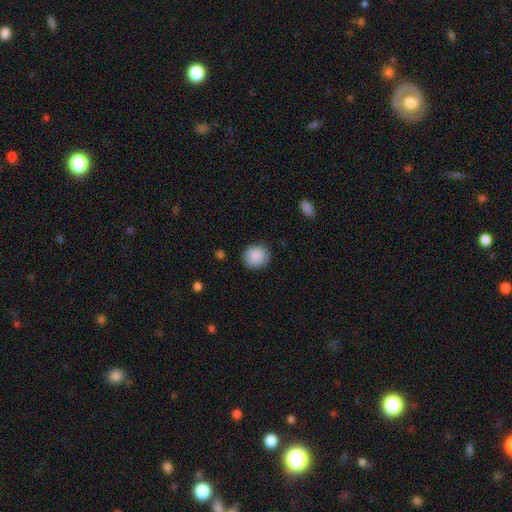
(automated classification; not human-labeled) smooth_or_featured: smooth (p=0.89) [alt: star or artifact p=0.07]
how_rounded: round (p=0.86) [alt: in between p=0.14]
merging: none (p=0.87) [alt: minor disturbance p=0.10]